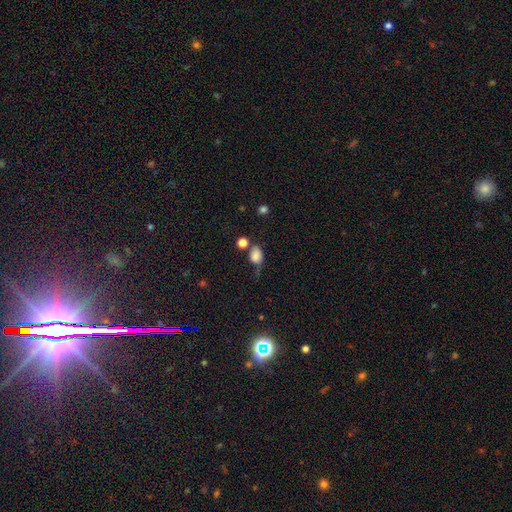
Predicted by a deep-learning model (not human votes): smooth_or_featured: smooth (p=0.81) [alt: star or artifact p=0.12]
how_rounded: in between (p=0.68) [alt: round p=0.30]
merging: none (p=0.43) [alt: minor disturbance p=0.28]